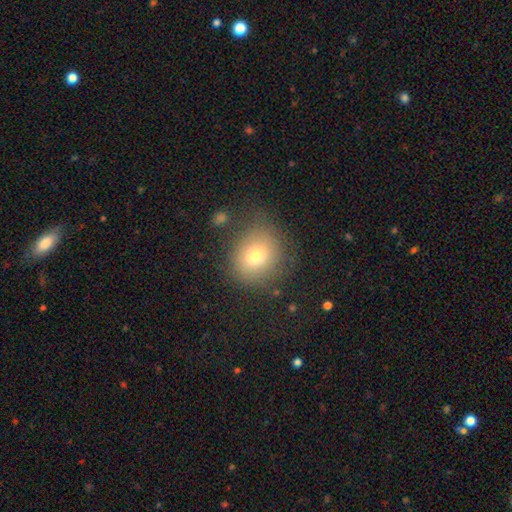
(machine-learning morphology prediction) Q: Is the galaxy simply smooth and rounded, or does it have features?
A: smooth — 73%.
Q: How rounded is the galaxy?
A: round — 75%.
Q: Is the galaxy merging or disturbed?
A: none — 73%.